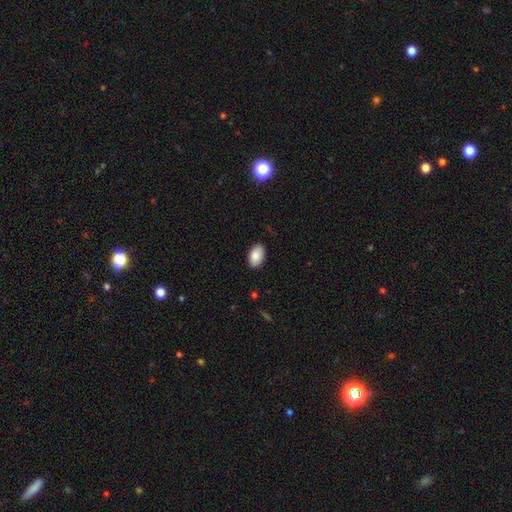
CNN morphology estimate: smooth_or_featured: smooth (p=0.88) [alt: star or artifact p=0.07]
how_rounded: in between (p=0.92) [alt: round p=0.06]
merging: none (p=0.88) [alt: minor disturbance p=0.09]